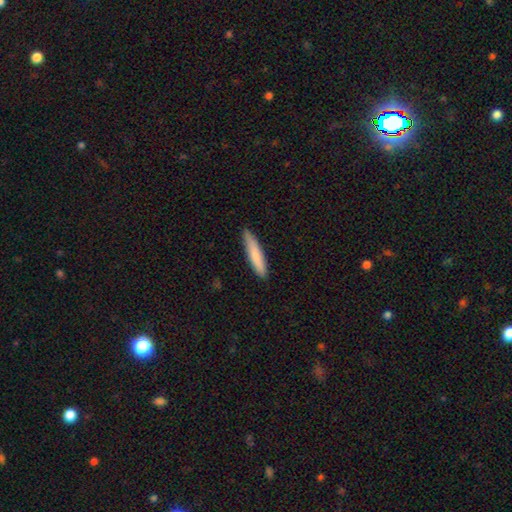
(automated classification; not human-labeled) Overall: smooth (81%). How rounded: cigar-shaped (90%). Merging: none (87%).